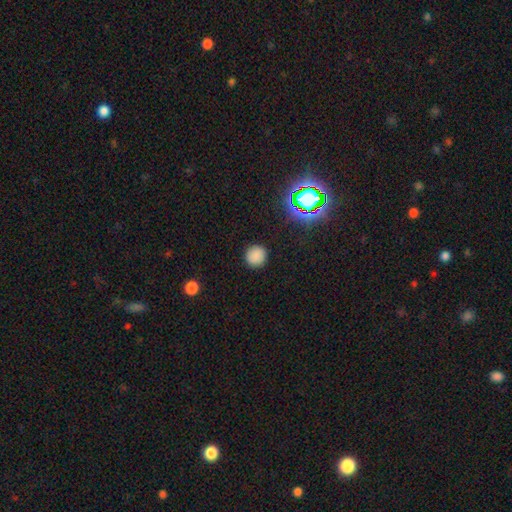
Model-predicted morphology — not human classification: smooth_or_featured: smooth (p=0.82) [alt: star or artifact p=0.14]
how_rounded: round (p=0.93) [alt: in between p=0.06]
merging: none (p=0.90) [alt: minor disturbance p=0.06]